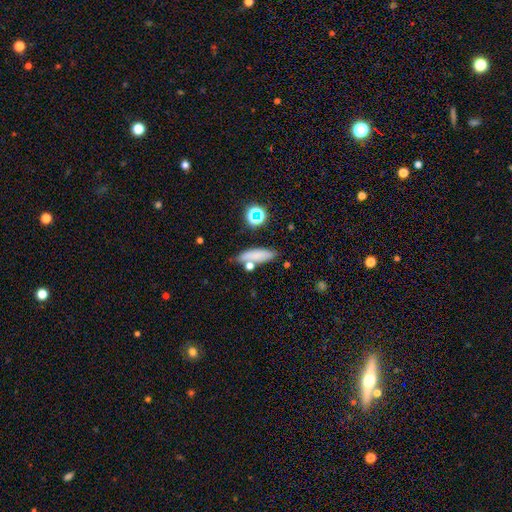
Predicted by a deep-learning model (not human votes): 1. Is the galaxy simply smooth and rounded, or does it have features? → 74% smooth, 14% featured or disk, 12% star or artifact.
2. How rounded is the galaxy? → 48% cigar-shaped, 47% in between, 5% round.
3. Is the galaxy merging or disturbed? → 67% none, 16% minor disturbance, 12% merger, 5% major disturbance.